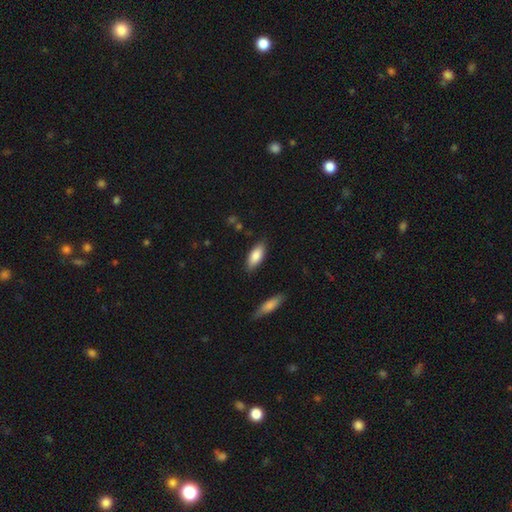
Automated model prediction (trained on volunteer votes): This appears to be a smooth galaxy with no disk features (83%) that is in between round and cigar-shaped (80%). Merging: none (85%).